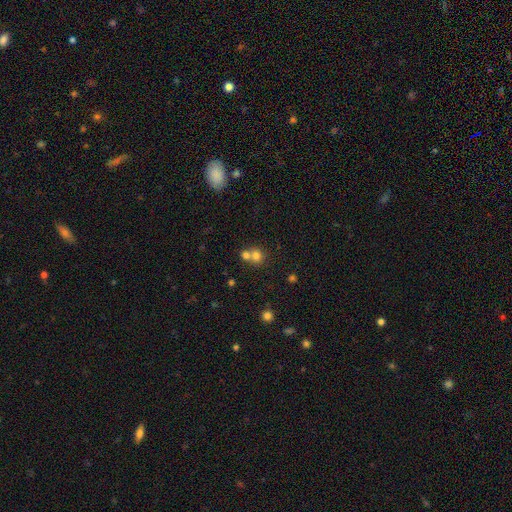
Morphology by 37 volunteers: Q: Smooth or featured?
A: smooth (81%); runner-up: featured or disk (16%)
Q: How rounded?
A: round (77%); runner-up: in between (23%)
Q: Merging?
A: merger (58%); runner-up: none (42%)